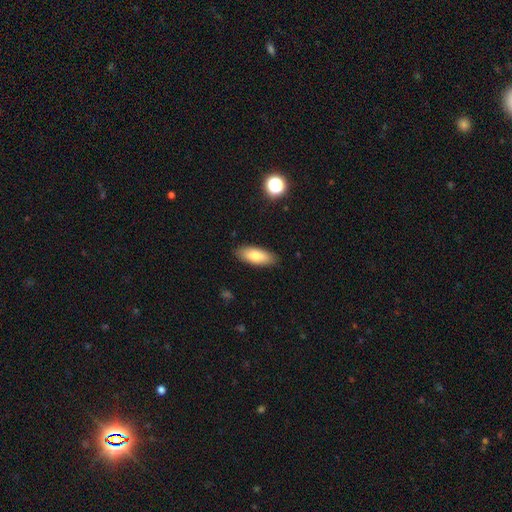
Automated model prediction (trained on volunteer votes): Overall: smooth (81%). How rounded: in between (75%). Merging: none (87%).